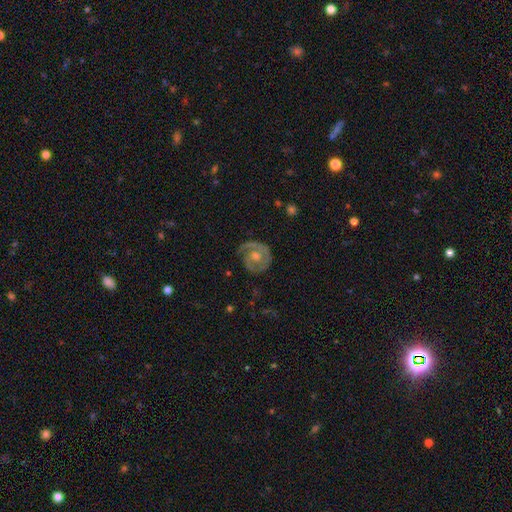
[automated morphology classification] A featured or disk galaxy (78%) with no bar (73%), 2 (39%) tight (63%) spiral arms (88%) and a moderate central bulge (68%).

Vote fractions:
- Smooth or featured? featured or disk: 78% / smooth: 16% / star or artifact: 6%
- Edge-on disk? no: 97% / yes: 3%
- Bar? no: 73% / weak: 22% / strong: 5%
- Spiral arms? yes: 88% / no: 12%
- Spiral winding? tight: 63% / medium: 29% / loose: 8%
- Spiral arm count? 2: 39% / 1: 38% / can't tell: 15% / 3: 5% / 4: 2% / more than 4: 2%
- Bulge size? moderate: 68% / small: 21% / large: 7% / none: 2% / dominant: 1%
- Merging? none: 74% / minor disturbance: 16% / major disturbance: 8% / merger: 1%